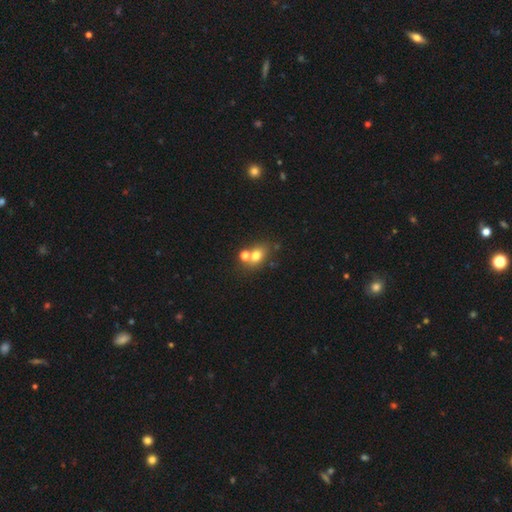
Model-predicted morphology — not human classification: A smooth galaxy with no disk features (70%) that is in between round and cigar-shaped (57%).

Vote fractions:
- Smooth or featured? smooth: 70% / featured or disk: 15% / star or artifact: 15%
- How rounded? in between: 57% / round: 42% / cigar-shaped: 2%
- Merging? none: 50% / merger: 35% / minor disturbance: 11% / major disturbance: 4%